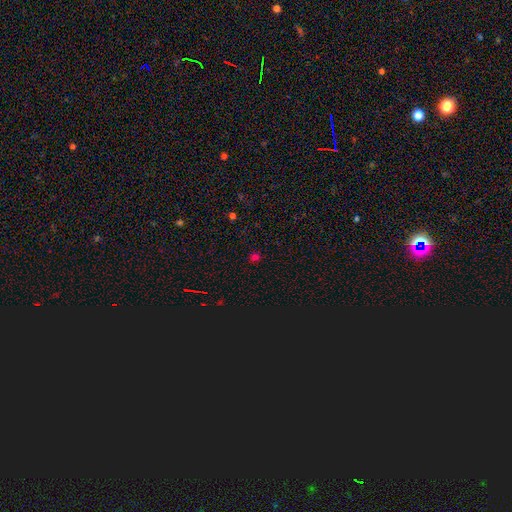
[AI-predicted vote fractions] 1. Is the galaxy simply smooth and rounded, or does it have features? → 56% smooth, 39% star or artifact, 5% featured or disk.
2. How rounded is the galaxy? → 83% round, 15% in between, 1% cigar-shaped.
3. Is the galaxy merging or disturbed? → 86% none, 8% minor disturbance, 3% major disturbance, 2% merger.